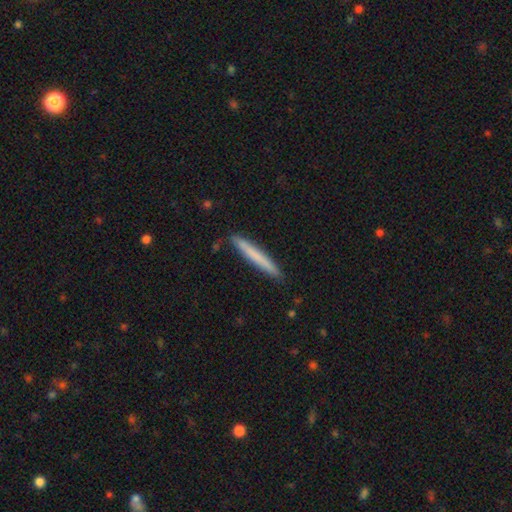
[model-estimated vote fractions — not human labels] Overall: smooth (68%). How rounded: cigar-shaped (97%). Merging: none (89%).